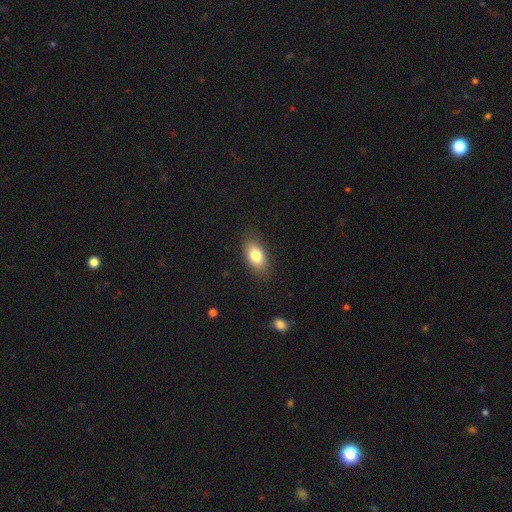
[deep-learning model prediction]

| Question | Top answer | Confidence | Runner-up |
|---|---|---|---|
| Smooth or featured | smooth | 79% | featured or disk (13%) |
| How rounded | in between | 89% | round (7%) |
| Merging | none | 85% | minor disturbance (11%) |